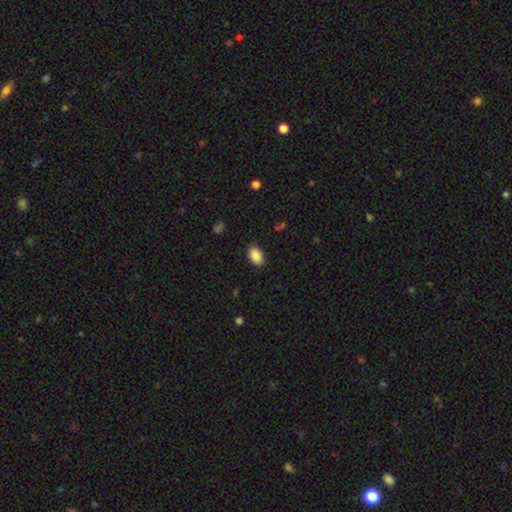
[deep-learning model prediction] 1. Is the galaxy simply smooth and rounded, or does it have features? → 89% smooth, 7% star or artifact, 4% featured or disk.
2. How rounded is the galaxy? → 90% in between, 9% round, 1% cigar-shaped.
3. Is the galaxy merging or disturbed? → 88% none, 9% minor disturbance, 2% major disturbance, 1% merger.